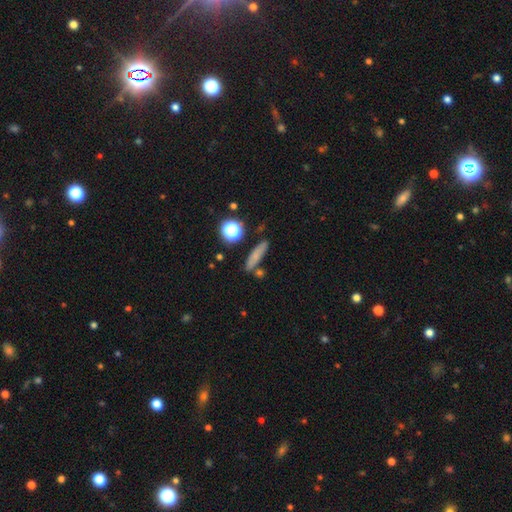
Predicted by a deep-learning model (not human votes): smooth 69%, featured or disk 17%, star or artifact 14%. Down the decision tree: how rounded — cigar-shaped (69%); merging — none (75%).